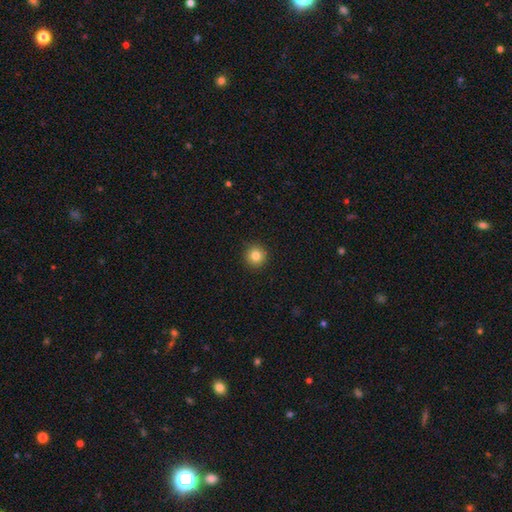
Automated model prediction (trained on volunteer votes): A smooth galaxy with no disk features (83%) that is round (95%). Merging: none (92%).